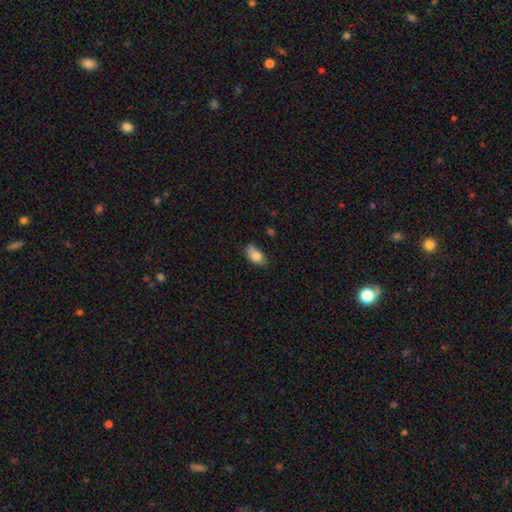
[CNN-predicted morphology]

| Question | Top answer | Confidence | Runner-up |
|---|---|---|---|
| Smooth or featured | smooth | 80% | featured or disk (12%) |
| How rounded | in between | 88% | round (8%) |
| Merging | none | 55% | minor disturbance (30%) |